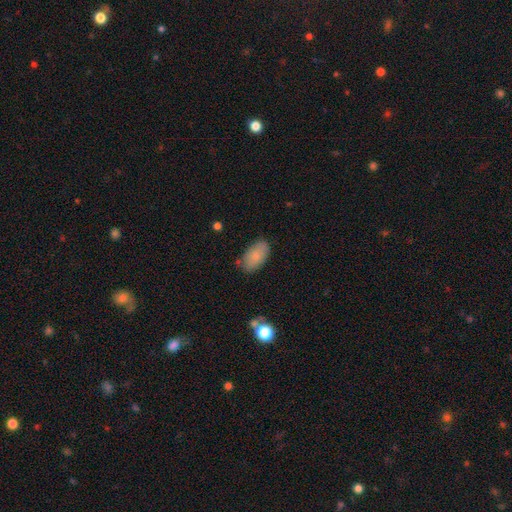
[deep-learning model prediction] smooth-or-featured: smooth: 81% | featured or disk: 12% | star or artifact: 7%
  how-rounded: in between: 94% | round: 4% | cigar-shaped: 2%
  merging: none: 76% | minor disturbance: 18% | major disturbance: 4% | merger: 3%